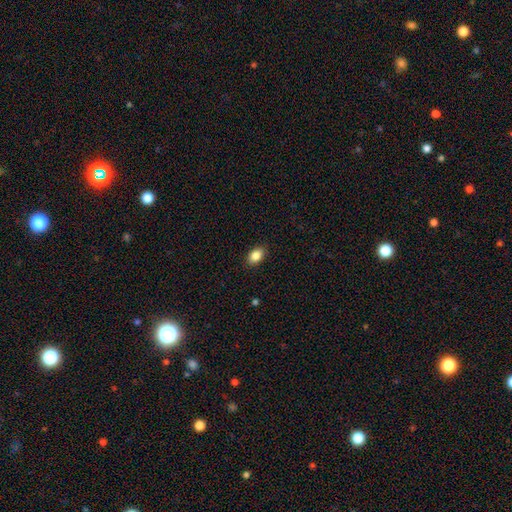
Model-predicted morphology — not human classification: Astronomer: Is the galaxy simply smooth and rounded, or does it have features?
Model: smooth — 86%.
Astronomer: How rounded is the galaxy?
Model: in between — 83%.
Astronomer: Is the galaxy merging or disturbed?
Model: none — 89%.